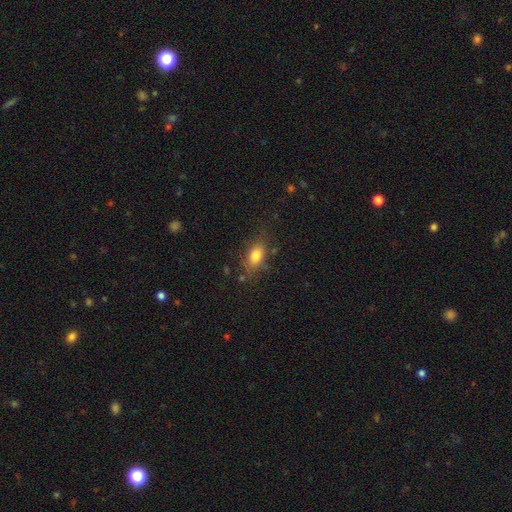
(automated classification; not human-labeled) Overall: smooth (79%). How rounded: in between (83%). Merging: none (72%).